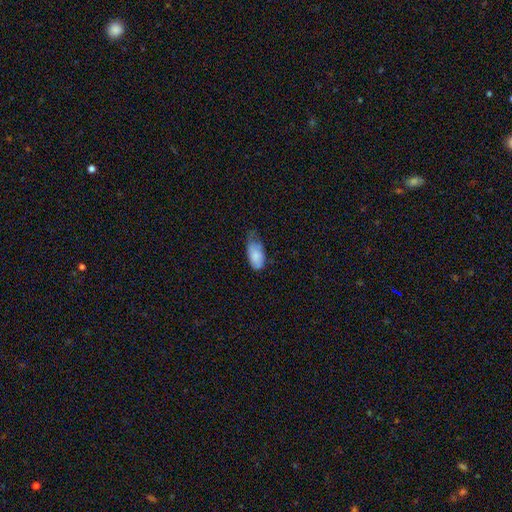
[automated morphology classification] Overall: smooth (82%). How rounded: in between (93%). Merging: minor disturbance (49%; none 30%).